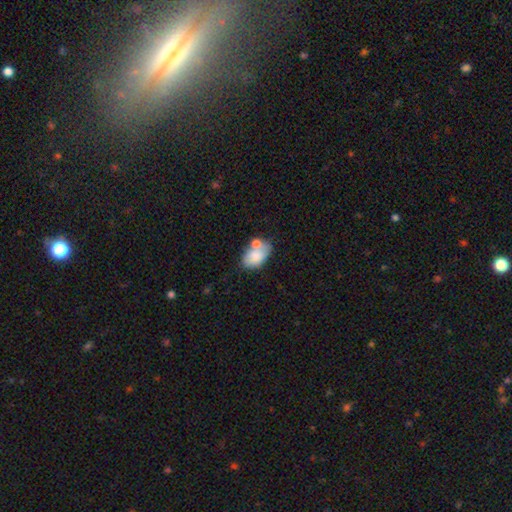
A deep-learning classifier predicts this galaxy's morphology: smooth-or-featured: smooth: 76% | featured or disk: 17% | star or artifact: 7%
  how-rounded: in between: 90% | round: 9% | cigar-shaped: 1%
  merging: none: 43% | merger: 31% | minor disturbance: 19% | major disturbance: 7%